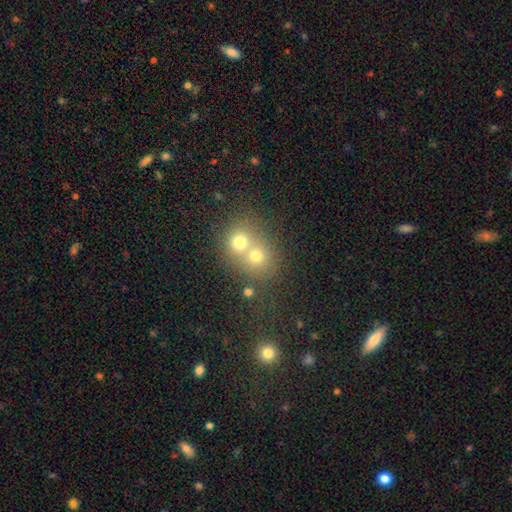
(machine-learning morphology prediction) A smooth galaxy with no disk features (68%) that is round (77%).

Vote fractions:
- Smooth or featured? smooth: 68% / featured or disk: 16% / star or artifact: 16%
- How rounded? round: 77% / in between: 22% / cigar-shaped: 1%
- Merging? merger: 60% / none: 32% / minor disturbance: 5% / major disturbance: 3%